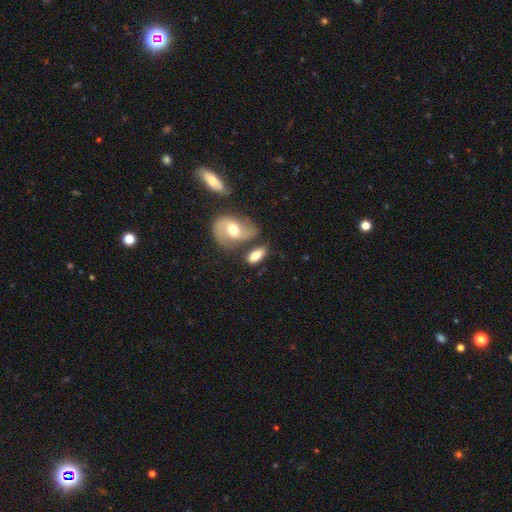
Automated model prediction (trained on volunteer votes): Overall: smooth (68%). How rounded: in between (87%). Merging: none (55%; merger 21%).